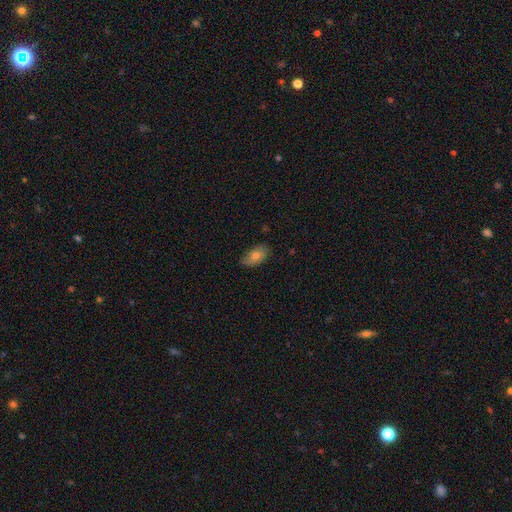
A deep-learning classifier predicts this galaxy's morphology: A smooth galaxy with no disk features (69%) that is in between round and cigar-shaped (90%). Merging: none (77%).